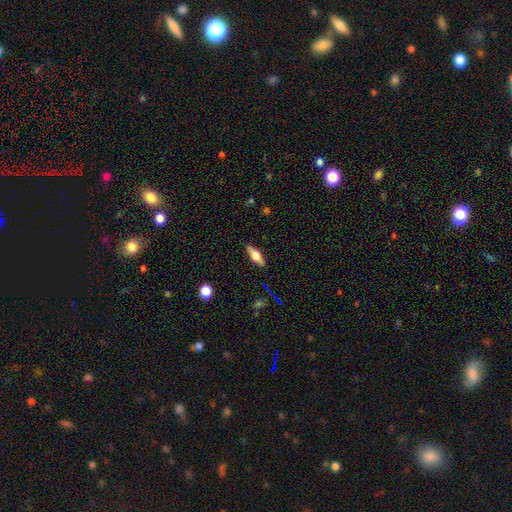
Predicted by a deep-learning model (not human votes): smooth_or_featured: smooth (p=0.49) [alt: featured or disk p=0.44]
merging: none (p=0.86) [alt: minor disturbance p=0.11]